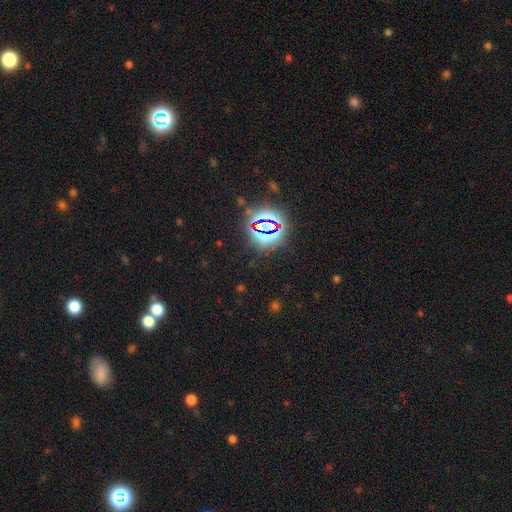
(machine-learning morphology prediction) star or artifact 81%, smooth 12%, featured or disk 6%.